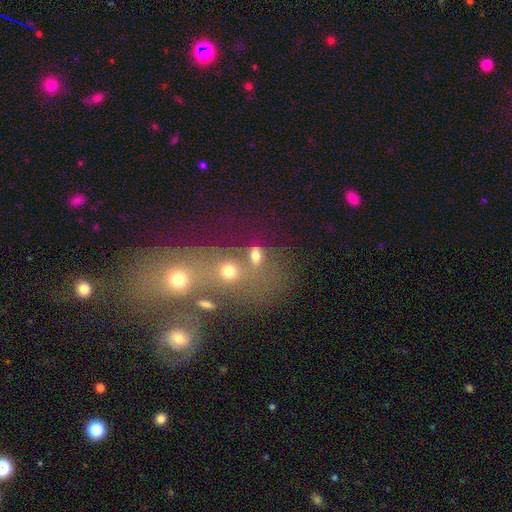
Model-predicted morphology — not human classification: Smooth or featured? smooth (63%)
How rounded? in between (65%)
Merging? none (39%)